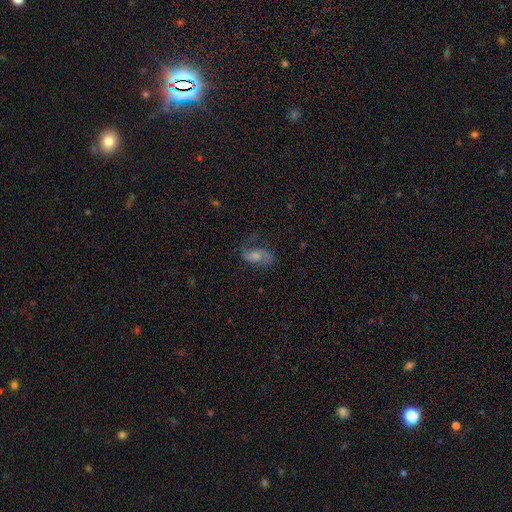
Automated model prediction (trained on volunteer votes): Overall: featured or disk (68%). Edge-on disk: no (96%). Bar: no (54%; weak 36%). Spiral arms: yes (90%). Spiral arm count: 2 (84%). Spiral winding: loose (59%; medium 33%). Bulge size: moderate (40%; small 32%). Merging: none (55%; major disturbance 22%).